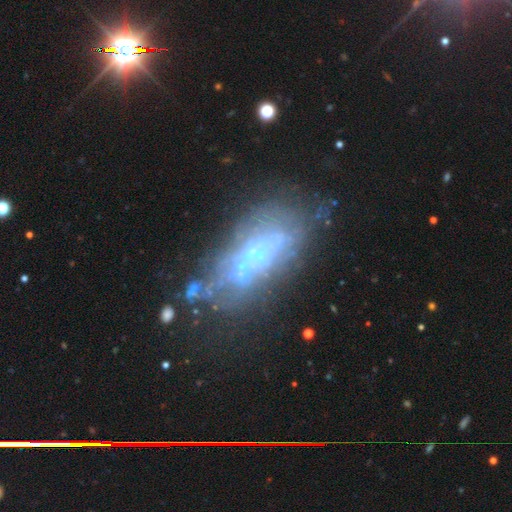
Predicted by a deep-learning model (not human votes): A featured or disk galaxy (62%) with no bar (86%), no spiral arms (86%) and a small central bulge (46%). Merging: none (37%).